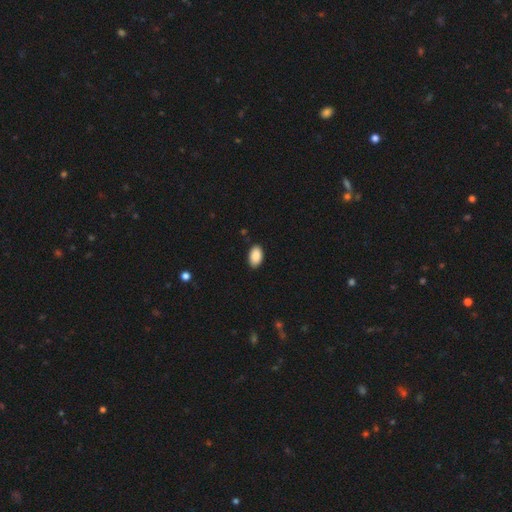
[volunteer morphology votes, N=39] A smooth galaxy with no disk features (97%) that is in between round and cigar-shaped (97%).

Vote fractions:
- Smooth or featured? smooth: 97% / featured or disk: 3% / star or artifact: 0%
- How rounded? in between: 97% / round: 3% / cigar-shaped: 0%
- Merging? none: 95% / minor disturbance: 5% / major disturbance: 0% / merger: 0%